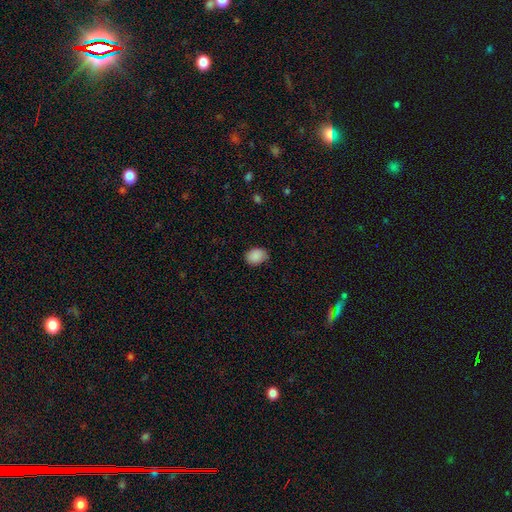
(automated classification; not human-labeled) smooth-or-featured: smooth: 89% | star or artifact: 8% | featured or disk: 3%
  how-rounded: in between: 63% | round: 36% | cigar-shaped: 1%
  merging: none: 77% | minor disturbance: 19% | major disturbance: 3% | merger: 1%